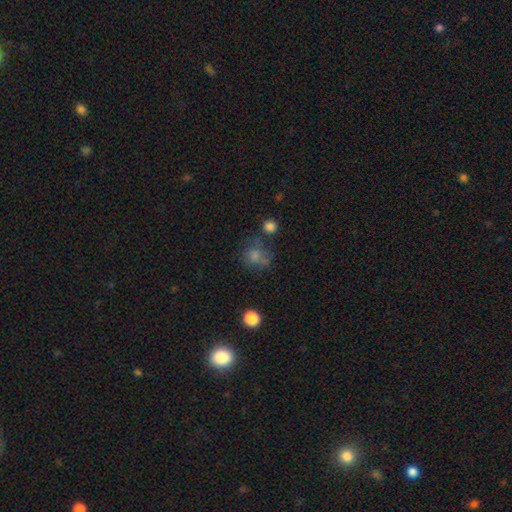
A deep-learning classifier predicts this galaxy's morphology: Smooth or featured: smooth — 68% (featured or disk — 16%)
How rounded: round — 72% (in between — 27%)
Merging: none — 52% (minor disturbance — 21%)